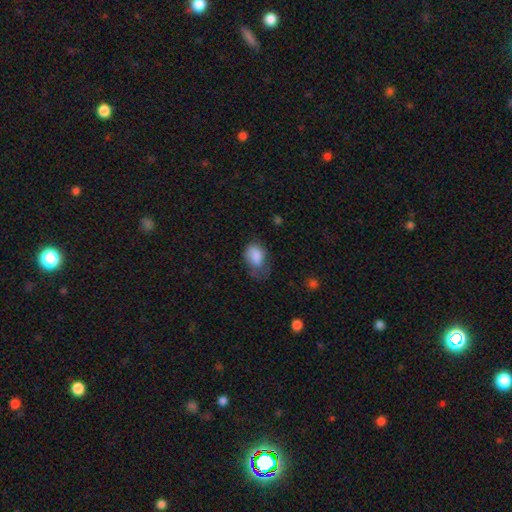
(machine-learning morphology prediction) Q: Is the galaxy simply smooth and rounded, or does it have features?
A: smooth — 82%.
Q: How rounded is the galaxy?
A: in between — 86%.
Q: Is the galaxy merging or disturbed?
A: minor disturbance — 37%.